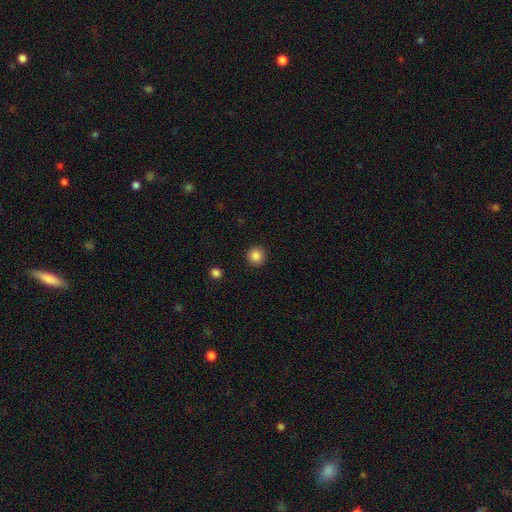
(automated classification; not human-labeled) This appears to be a smooth galaxy with no disk features (86%) that is round (94%). Merging: none (92%).